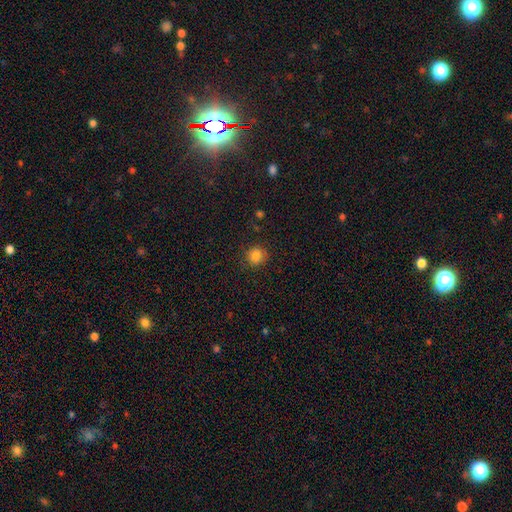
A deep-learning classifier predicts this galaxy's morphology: Q: Smooth or featured?
A: smooth (83%); runner-up: star or artifact (12%)
Q: How rounded?
A: round (89%); runner-up: in between (10%)
Q: Merging?
A: none (88%); runner-up: minor disturbance (9%)